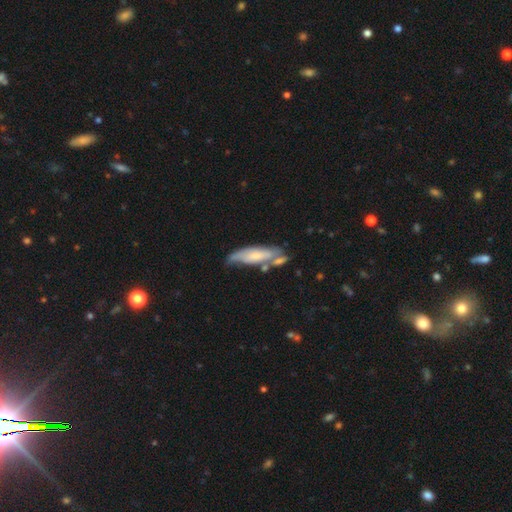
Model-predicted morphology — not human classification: Smooth or featured: smooth — 48% (featured or disk — 46%)
Merging: none — 42% (minor disturbance — 25%)